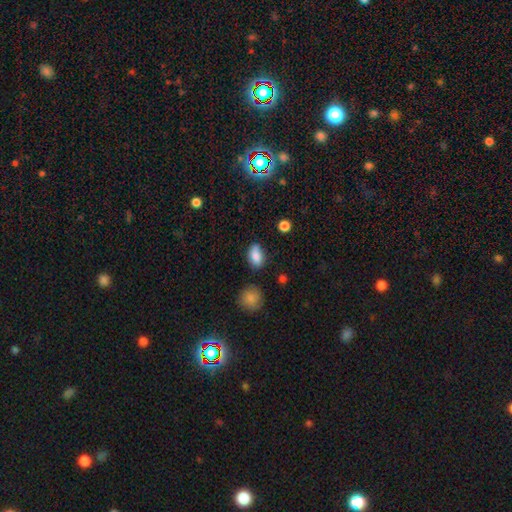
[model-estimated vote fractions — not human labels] The model was most divided on "merging": none: 66%, minor disturbance: 25%, major disturbance: 5%, merger: 4%. More confident: how rounded — in between (87%); smooth or featured — smooth (84%).